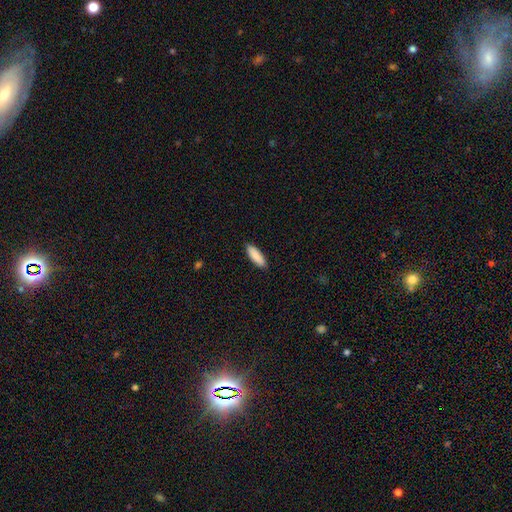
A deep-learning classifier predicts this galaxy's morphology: smooth-or-featured: smooth: 89% | star or artifact: 5% | featured or disk: 5%
  how-rounded: in between: 57% | cigar-shaped: 42% | round: 1%
  merging: none: 90% | minor disturbance: 7% | major disturbance: 2% | merger: 1%